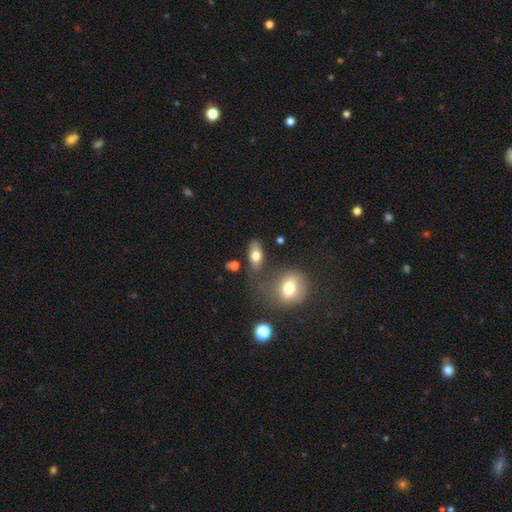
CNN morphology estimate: This appears to be a smooth galaxy with no disk features (73%) that is in between round and cigar-shaped (82%). Merging: none (65%).